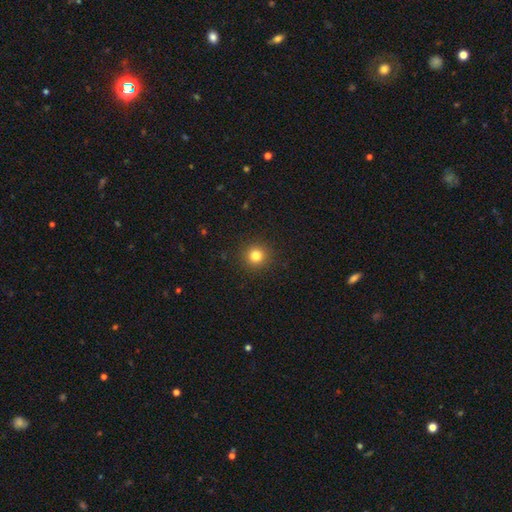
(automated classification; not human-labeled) This appears to be a smooth galaxy with no disk features (81%) that is round (94%). Merging: none (92%).